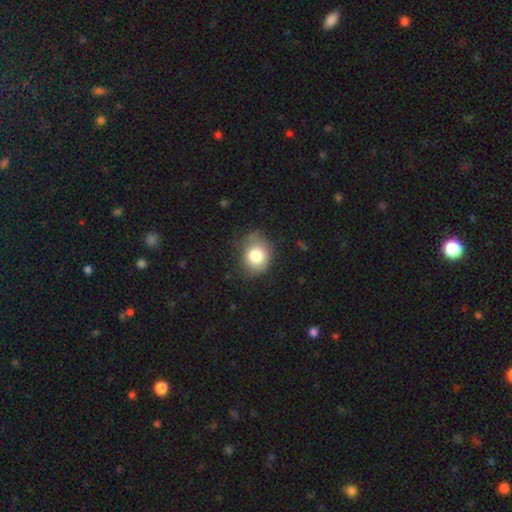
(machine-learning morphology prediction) Smooth or featured? smooth (81%)
How rounded? round (63%)
Merging? none (66%)